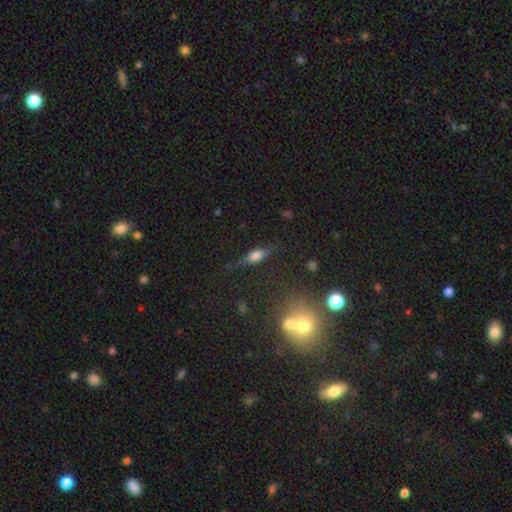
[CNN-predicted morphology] smooth_or_featured: smooth (p=0.52) [alt: featured or disk p=0.36]
how_rounded: in between (p=0.58) [alt: cigar-shaped p=0.36]
merging: none (p=0.68) [alt: minor disturbance p=0.21]